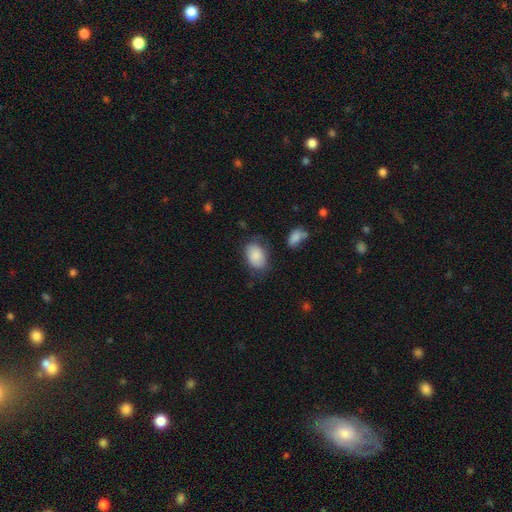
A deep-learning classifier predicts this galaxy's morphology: Smooth or featured? Predicted: smooth (p=0.88). How rounded? Predicted: in between (p=0.86). Merging? Predicted: none (p=0.69).